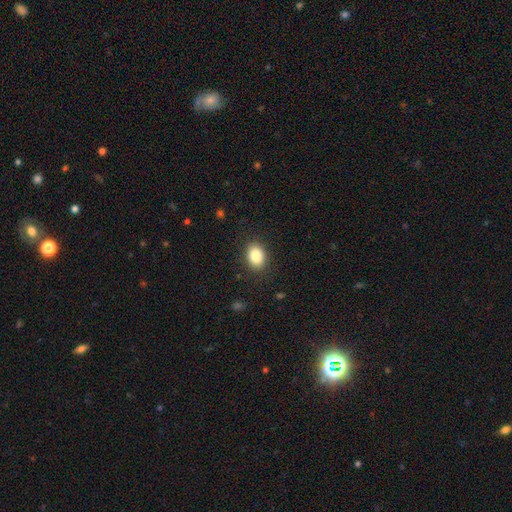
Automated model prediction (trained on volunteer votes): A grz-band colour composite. It shows a smooth galaxy with no disk features (86%) that is in between round and cigar-shaped (71%). Merging: none (87%).